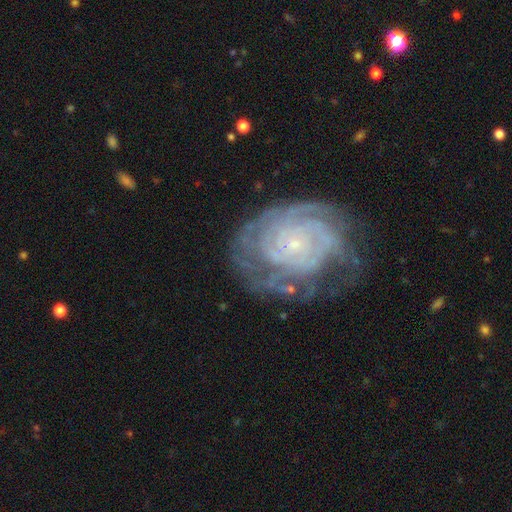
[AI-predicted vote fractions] This is likely a featured or disk galaxy (80%). It is clearly not viewed edge-on (97%). Bar: likely no (77%). Spiral arm pattern: clearly yes (92%). Spiral arm count: marginally can't tell (40%). Spiral winding: likely tight (77%). Central bulge: clearly small (82%). Merging: likely none (69%).